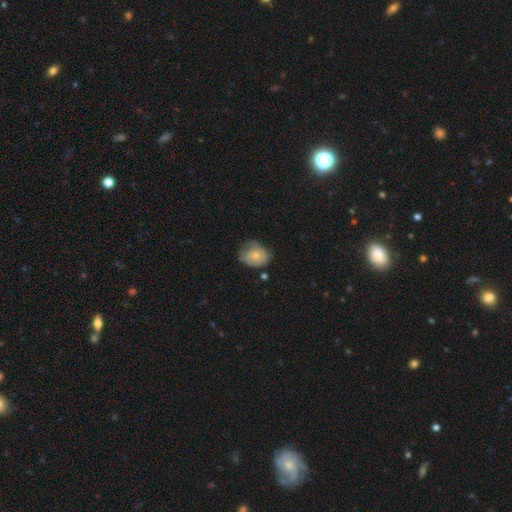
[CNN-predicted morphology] A smooth galaxy with no disk features (71%) that is round (52%). Merging: none (48%).